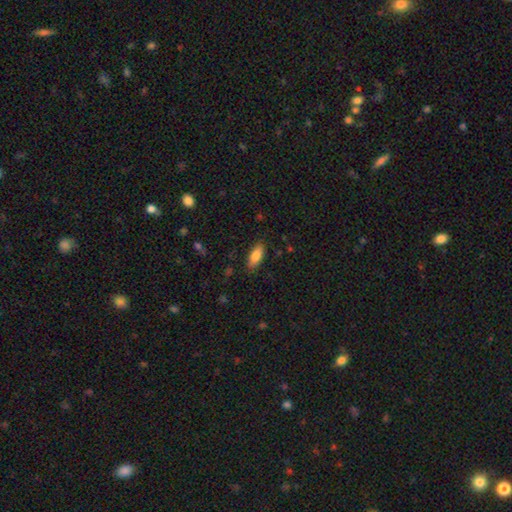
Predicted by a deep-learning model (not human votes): A smooth galaxy with no disk features (83%) that is in between round and cigar-shaped (80%). Merging: none (86%).